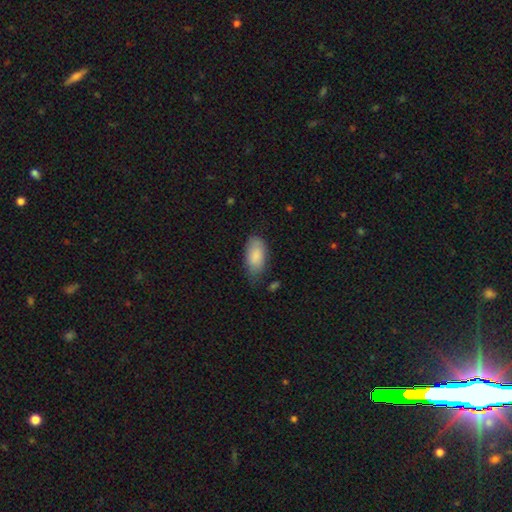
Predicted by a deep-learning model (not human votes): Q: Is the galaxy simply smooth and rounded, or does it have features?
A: smooth — 87%.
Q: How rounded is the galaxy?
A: in between — 94%.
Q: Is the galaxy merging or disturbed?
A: none — 62%.